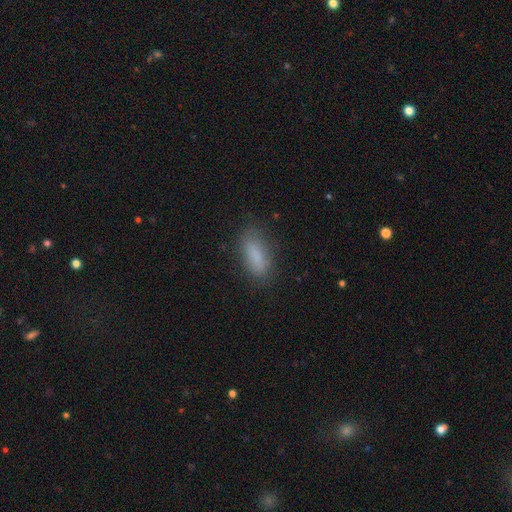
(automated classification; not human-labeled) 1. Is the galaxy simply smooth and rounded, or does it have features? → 82% smooth, 10% featured or disk, 8% star or artifact.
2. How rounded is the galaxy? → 75% in between, 22% cigar-shaped, 3% round.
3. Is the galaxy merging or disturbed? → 79% none, 15% minor disturbance, 5% major disturbance, 1% merger.